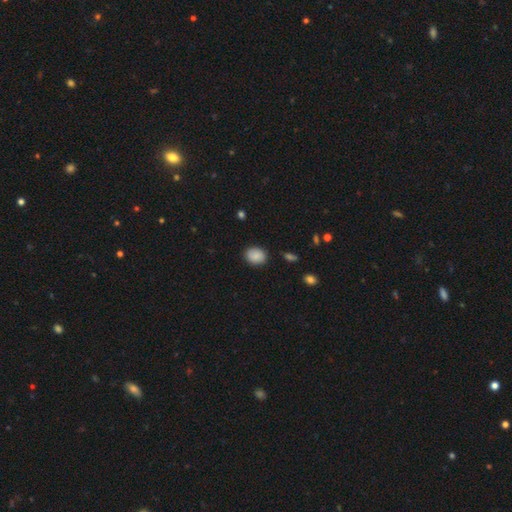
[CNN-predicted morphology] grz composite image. It shows a smooth galaxy with no disk features (88%) that is in between round and cigar-shaped (57%). Merging: none (87%).